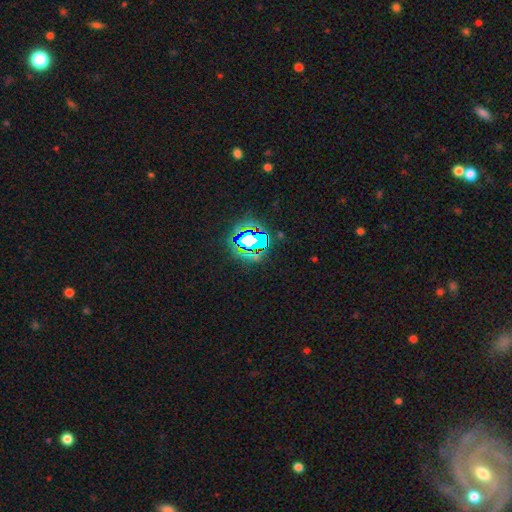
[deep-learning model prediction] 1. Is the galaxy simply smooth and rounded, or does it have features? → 73% star or artifact, 17% smooth, 10% featured or disk.